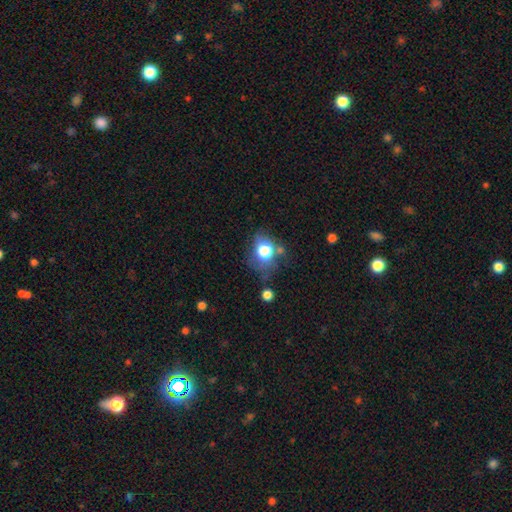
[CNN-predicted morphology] This appears to be a smooth galaxy with no disk features (58%) that is round (67%). Merging: none (65%).